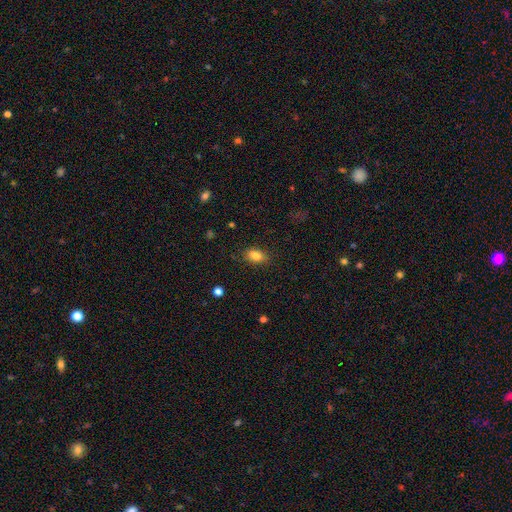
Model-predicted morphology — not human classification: Smooth or featured? Predicted: smooth (p=0.83). How rounded? Predicted: in between (p=0.86). Merging? Predicted: none (p=0.85).